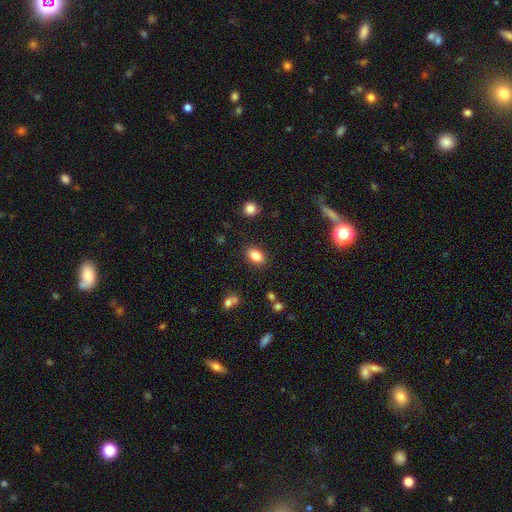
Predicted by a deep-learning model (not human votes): smooth 83%, star or artifact 9%, featured or disk 7%. Down the decision tree: how rounded — in between (87%); merging — none (86%).